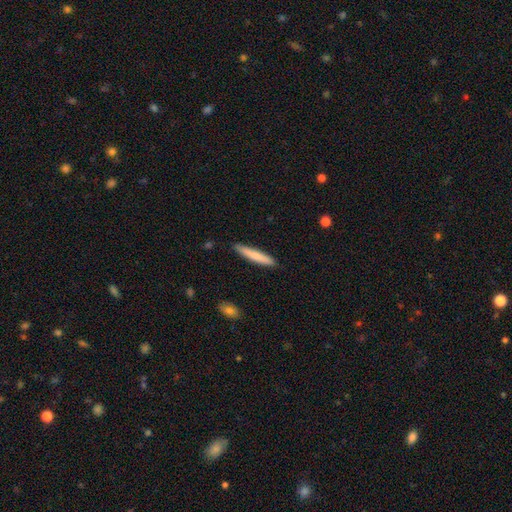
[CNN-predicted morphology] smooth 76%, featured or disk 19%, star or artifact 6%. Down the decision tree: how rounded — cigar-shaped (93%); merging — none (90%).